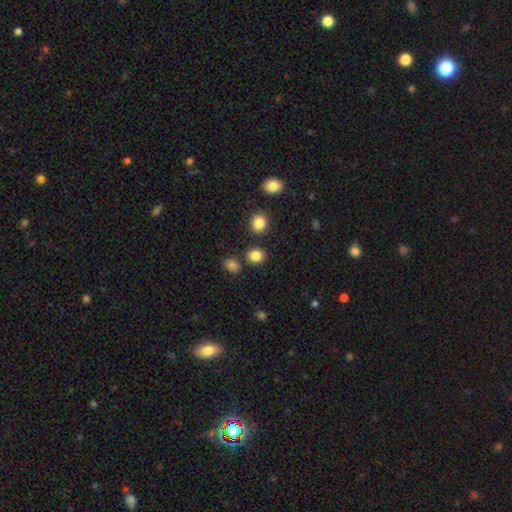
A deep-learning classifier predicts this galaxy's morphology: type=smooth (84%); roundness=round (78%); merging=none (84%).